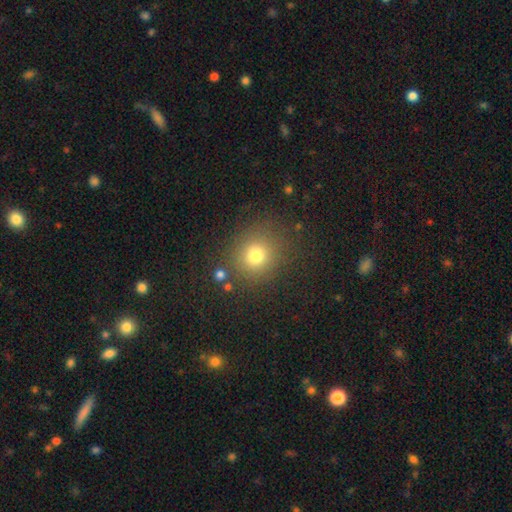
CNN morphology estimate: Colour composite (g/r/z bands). It shows a smooth galaxy with no disk features (76%) that is round (86%). Merging: none (83%).